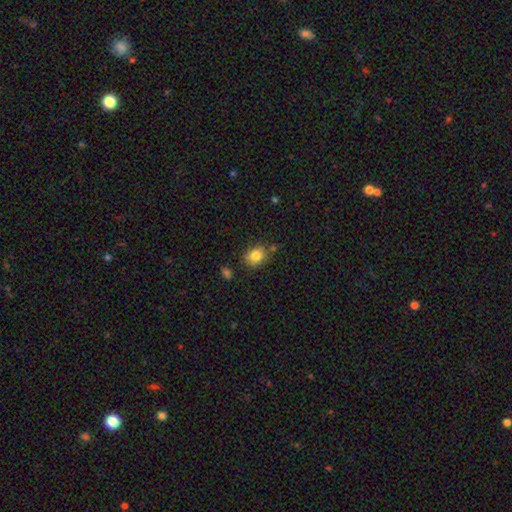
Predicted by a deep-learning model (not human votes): This appears to be a smooth galaxy with no disk features (83%) that is in between round and cigar-shaped (51%). Merging: none (75%).